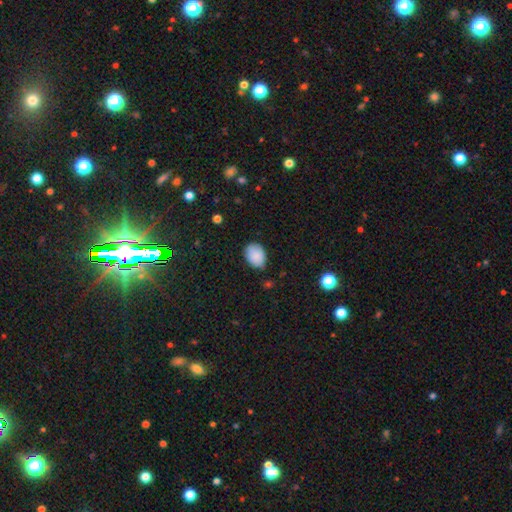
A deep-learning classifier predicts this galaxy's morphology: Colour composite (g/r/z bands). It shows a smooth galaxy with no disk features (86%) that is in between round and cigar-shaped (75%). Merging: none (76%).